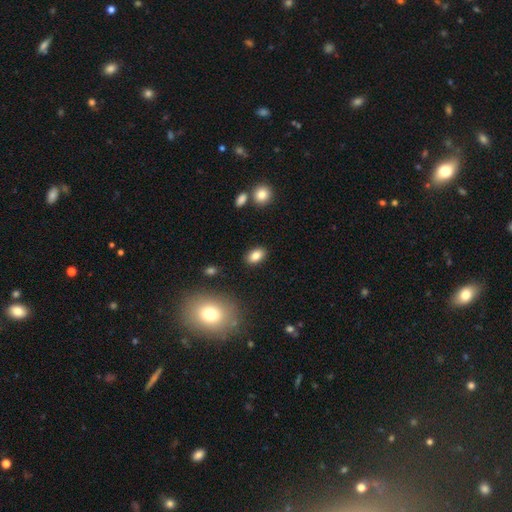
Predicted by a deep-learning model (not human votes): This appears to be a smooth galaxy with no disk features (84%) that is in between round and cigar-shaped (88%). Merging: none (87%).